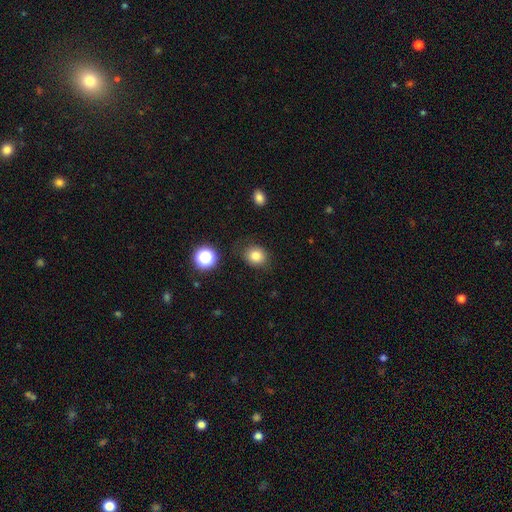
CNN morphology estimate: This appears to be a smooth galaxy with no disk features (81%) that is round (69%). Merging: none (82%).